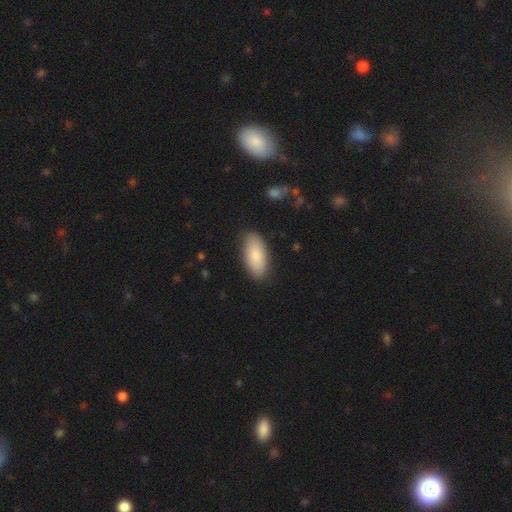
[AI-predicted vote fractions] Overall: smooth (83%). How rounded: in between (89%). Merging: none (85%).